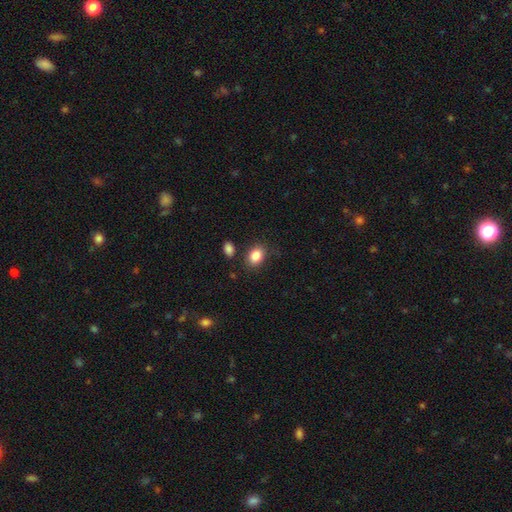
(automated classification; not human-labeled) Smooth or featured: smooth — 86% (star or artifact — 9%)
How rounded: in between — 68% (round — 31%)
Merging: none — 79% (minor disturbance — 12%)